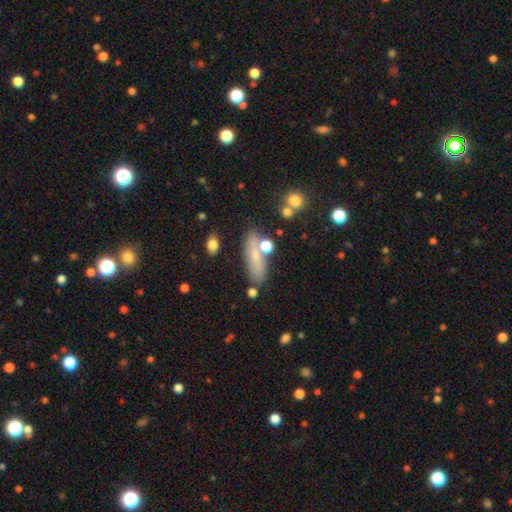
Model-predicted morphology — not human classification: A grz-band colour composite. It shows a smooth galaxy with no disk features (67%) that is in between round and cigar-shaped (54%). Merging: none (69%).